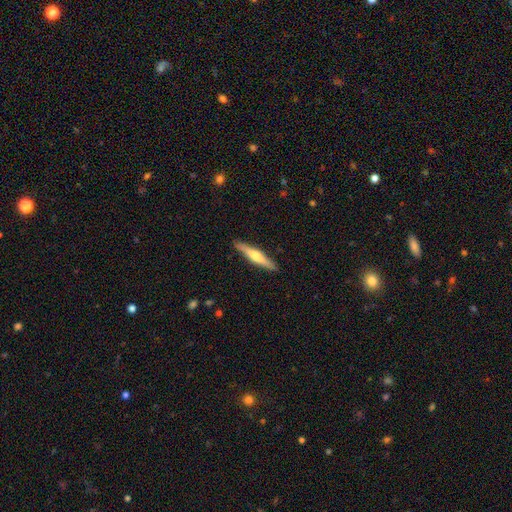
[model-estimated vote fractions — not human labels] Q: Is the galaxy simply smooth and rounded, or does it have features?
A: featured or disk — 56%.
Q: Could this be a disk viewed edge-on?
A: yes — 96%.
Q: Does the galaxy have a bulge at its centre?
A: rounded — 89%.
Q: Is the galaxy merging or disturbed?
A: none — 91%.